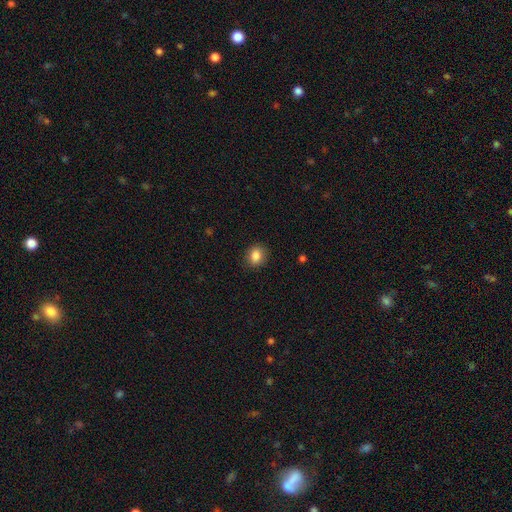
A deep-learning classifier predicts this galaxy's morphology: A smooth galaxy with no disk features (86%) that is round (55%).

Vote fractions:
- Smooth or featured? smooth: 86% / star or artifact: 9% / featured or disk: 4%
- How rounded? round: 55% / in between: 44% / cigar-shaped: 1%
- Merging? none: 85% / minor disturbance: 11% / major disturbance: 3% / merger: 1%